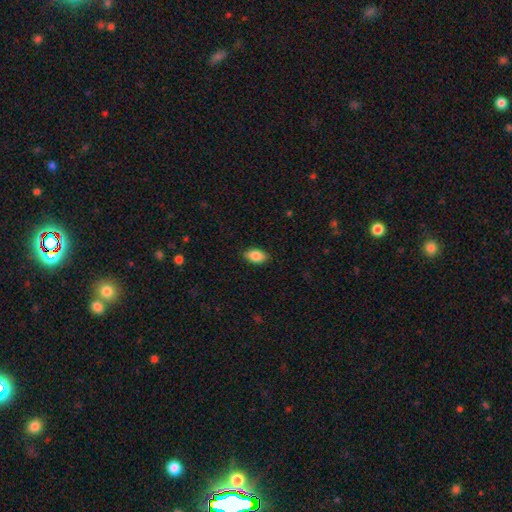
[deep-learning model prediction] smooth_or_featured: smooth (p=0.87) [alt: star or artifact p=0.07]
how_rounded: in between (p=0.91) [alt: round p=0.07]
merging: none (p=0.87) [alt: minor disturbance p=0.10]